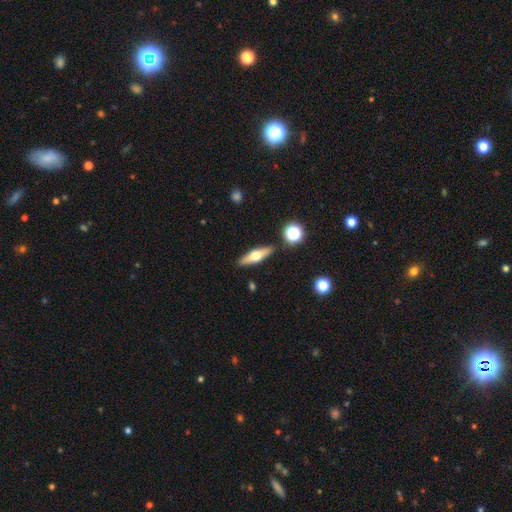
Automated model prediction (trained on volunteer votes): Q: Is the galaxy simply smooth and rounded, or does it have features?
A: featured or disk — 49%.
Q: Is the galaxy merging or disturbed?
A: none — 87%.